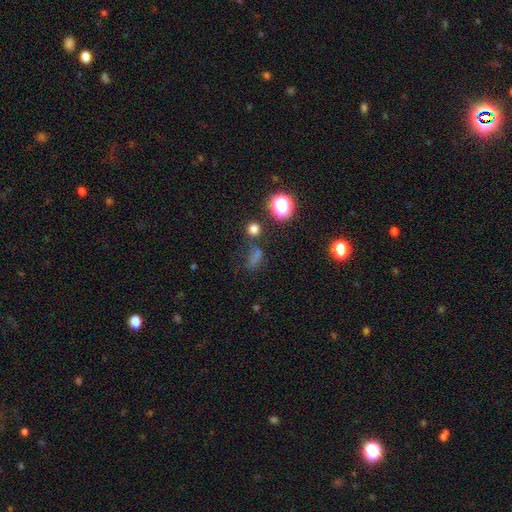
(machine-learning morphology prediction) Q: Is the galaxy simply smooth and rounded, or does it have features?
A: smooth — 44%.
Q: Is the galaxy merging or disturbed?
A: none — 57%.